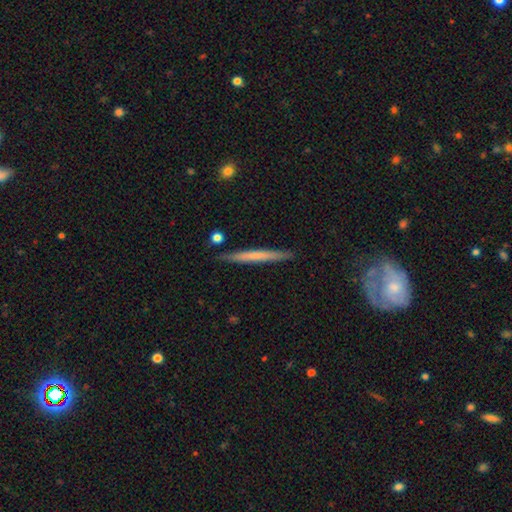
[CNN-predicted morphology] Smooth or featured? Predicted: smooth (p=0.54). How rounded? Predicted: cigar-shaped (p=0.97). Merging? Predicted: none (p=0.90).